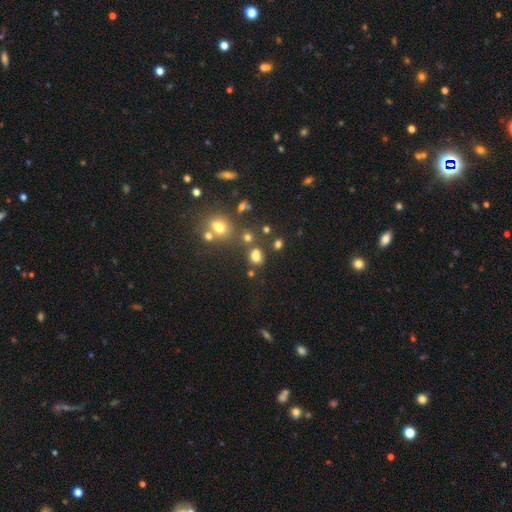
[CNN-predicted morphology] Q: Smooth or featured?
A: smooth (70%); runner-up: star or artifact (22%)
Q: How rounded?
A: round (60%); runner-up: in between (39%)
Q: Merging?
A: none (64%); runner-up: merger (18%)